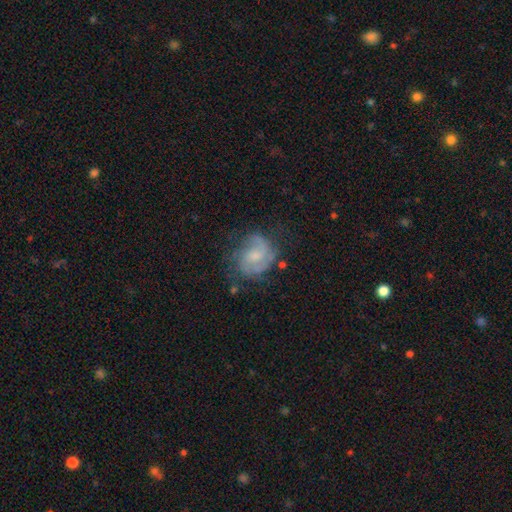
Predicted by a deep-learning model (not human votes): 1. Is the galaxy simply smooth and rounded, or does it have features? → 73% featured or disk, 20% smooth, 7% star or artifact.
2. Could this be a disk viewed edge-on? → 98% no, 2% yes.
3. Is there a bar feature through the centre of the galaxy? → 54% no, 41% weak, 6% strong.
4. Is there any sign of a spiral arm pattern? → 90% yes, 10% no.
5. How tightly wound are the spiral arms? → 46% medium, 36% tight, 18% loose.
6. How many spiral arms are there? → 50% 2, 22% can't tell, 17% 3, 5% 1, 3% 4, 3% more than 4.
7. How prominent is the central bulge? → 47% small, 38% moderate, 11% none, 3% large, 1% dominant.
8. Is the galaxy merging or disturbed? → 60% none, 24% minor disturbance, 13% major disturbance, 3% merger.